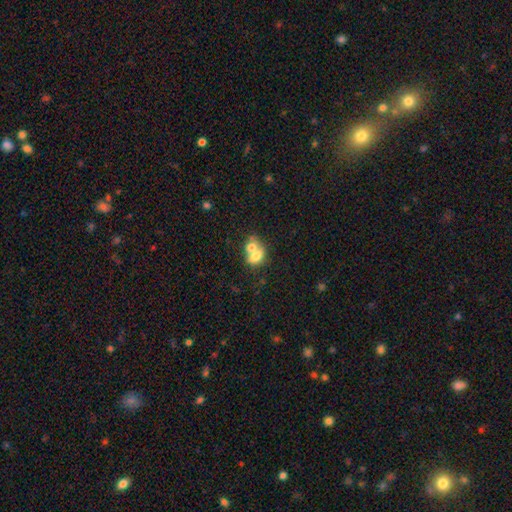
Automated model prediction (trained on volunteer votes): smooth 69%, featured or disk 23%, star or artifact 8%. Down the decision tree: how rounded — in between (65%); merging — merger (70%).